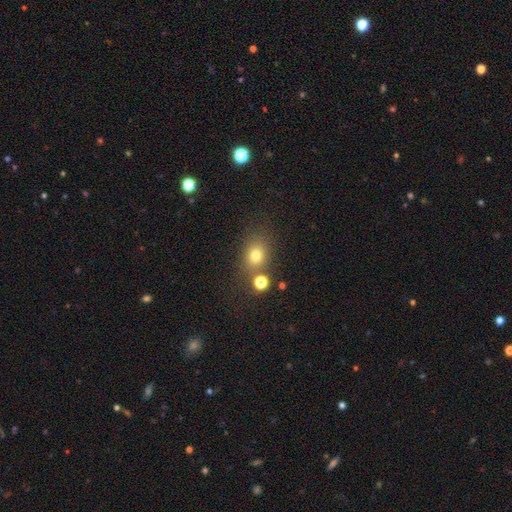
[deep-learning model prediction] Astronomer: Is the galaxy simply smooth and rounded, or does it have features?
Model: smooth — 74%.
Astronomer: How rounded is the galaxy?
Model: round — 53% (runner-up: in between, 46%).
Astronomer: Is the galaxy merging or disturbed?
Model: none — 68%.